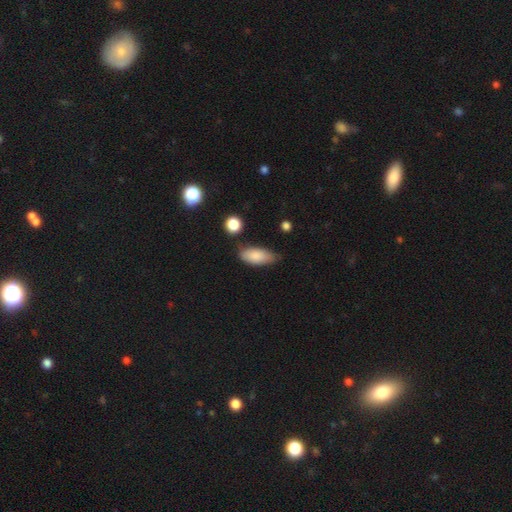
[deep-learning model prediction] Smooth or featured: smooth — 84% (featured or disk — 10%)
How rounded: in between — 85% (cigar-shaped — 12%)
Merging: none — 65% (minor disturbance — 27%)